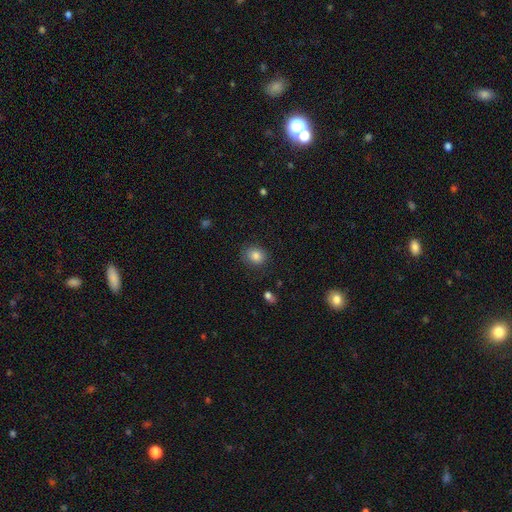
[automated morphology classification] type=smooth (83%); roundness=round (62%); merging=none (81%).